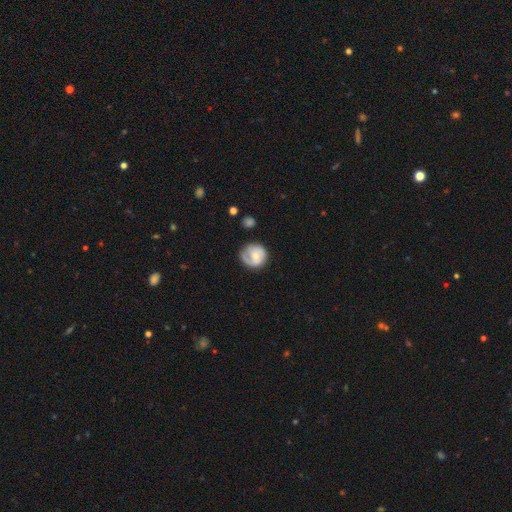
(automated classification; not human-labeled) This is possibly a featured or disk galaxy (53%). It is clearly not viewed edge-on (97%). Bar: likely no (66%). Spiral arm pattern: likely yes (77%). Central bulge: possibly small (50%). Merging: likely none (61%).